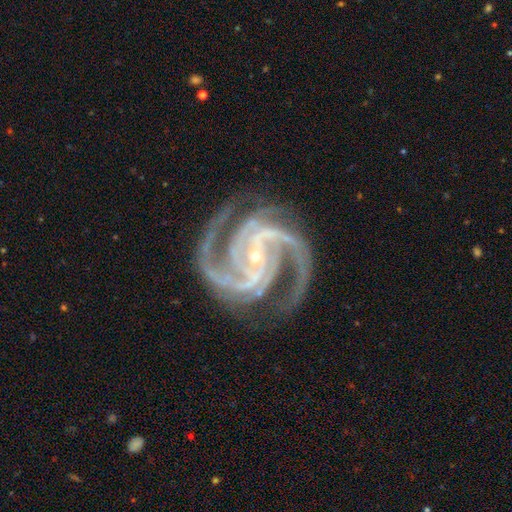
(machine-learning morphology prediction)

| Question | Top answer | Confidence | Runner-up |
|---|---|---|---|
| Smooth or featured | featured or disk | 94% | star or artifact (4%) |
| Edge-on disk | no | 98% | yes (2%) |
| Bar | no | 38% | strong (33%) |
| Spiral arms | yes | 99% | no (1%) |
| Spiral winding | medium | 49% | tight (46%) |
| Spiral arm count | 3 | 46% | 2 (22%) |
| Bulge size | small | 84% | moderate (13%) |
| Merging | none | 77% | minor disturbance (15%) |